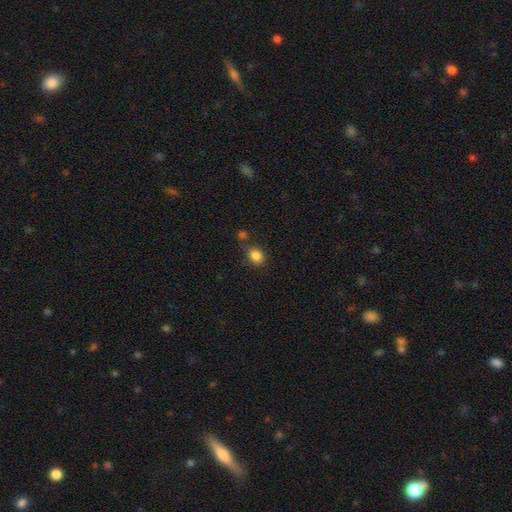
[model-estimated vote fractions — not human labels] The model was most divided on "how rounded": round: 56%, in between: 43%, cigar-shaped: 1%. More confident: smooth or featured — smooth (85%); merging — none (68%).